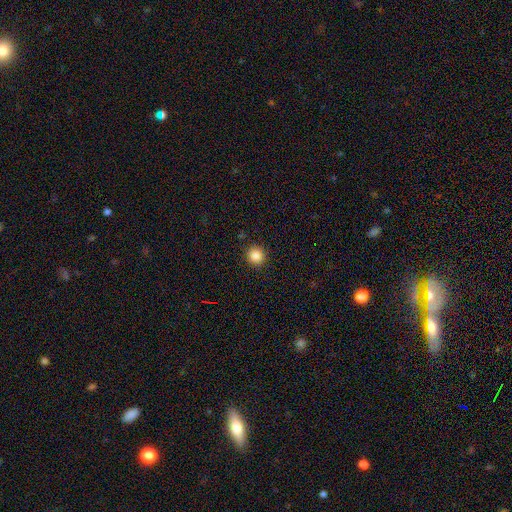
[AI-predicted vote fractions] A smooth galaxy with no disk features (86%) that is round (92%).

Vote fractions:
- Smooth or featured? smooth: 86% / star or artifact: 10% / featured or disk: 3%
- How rounded? round: 92% / in between: 7% / cigar-shaped: 1%
- Merging? none: 91% / minor disturbance: 6% / major disturbance: 2% / merger: 1%